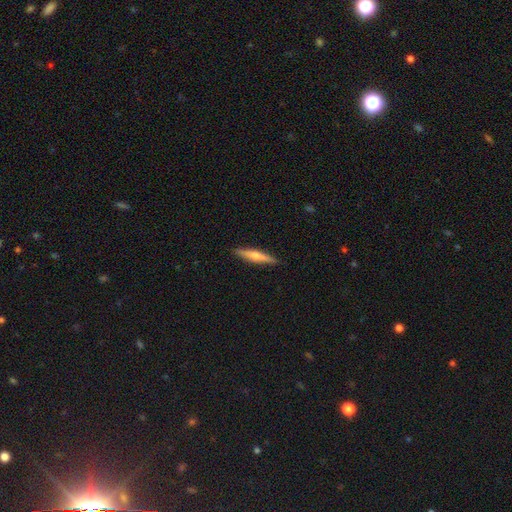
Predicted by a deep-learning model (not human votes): A smooth galaxy with no disk features (50%) that is cigar-shaped (89%).

Vote fractions:
- Smooth or featured? smooth: 50% / featured or disk: 44% / star or artifact: 6%
- How rounded? cigar-shaped: 89% / in between: 9% / round: 2%
- Merging? none: 90% / minor disturbance: 7% / major disturbance: 2% / merger: 1%